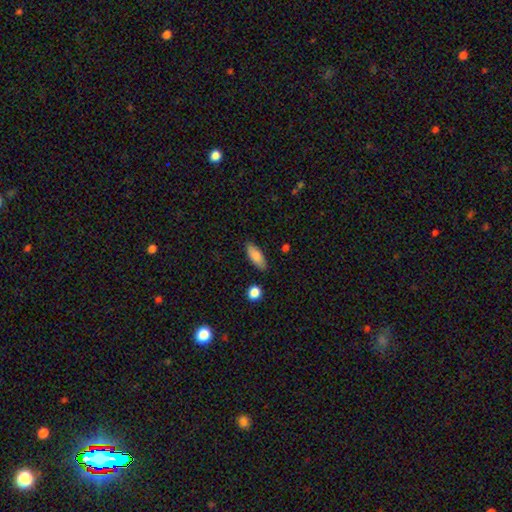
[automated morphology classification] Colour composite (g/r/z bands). It shows a smooth galaxy with no disk features (84%) that is in between round and cigar-shaped (77%). Merging: none (82%).